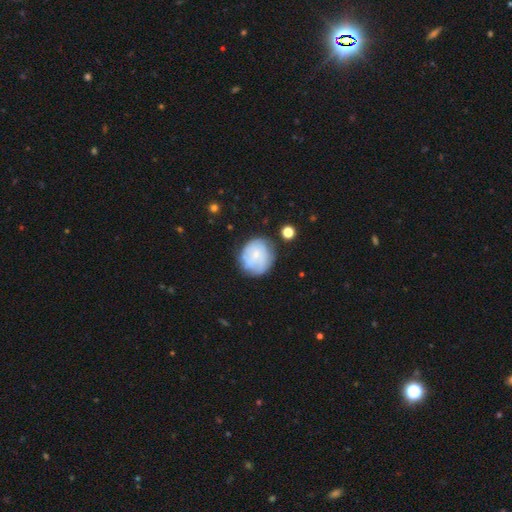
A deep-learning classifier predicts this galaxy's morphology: Smooth or featured? Predicted: smooth (p=0.54). How rounded? Predicted: round (p=0.80). Merging? Predicted: none (p=0.63).